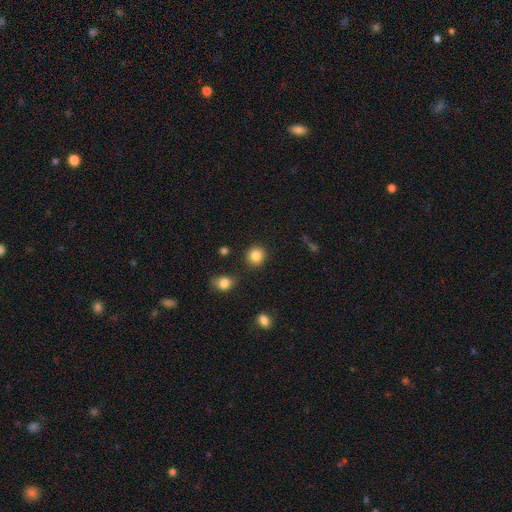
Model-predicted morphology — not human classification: Smooth or featured? smooth (85%)
How rounded? round (90%)
Merging? none (88%)